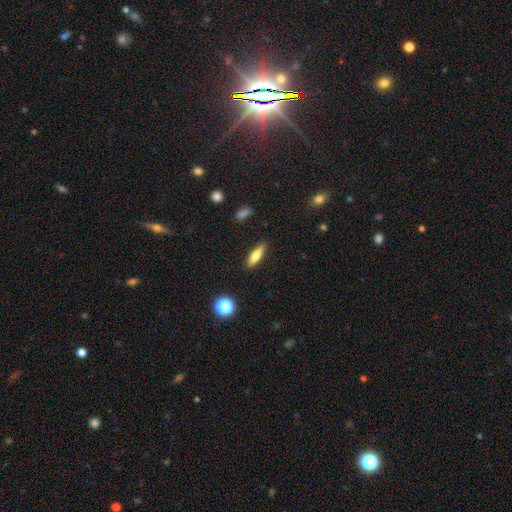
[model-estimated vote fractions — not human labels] Smooth or featured?
  - smooth: 70% *
  - featured or disk: 22%
  - star or artifact: 8%
How rounded?
  - cigar-shaped: 57% *
  - in between: 40%
  - round: 3%
Merging?
  - none: 87% *
  - minor disturbance: 9%
  - major disturbance: 2%
  - merger: 1%